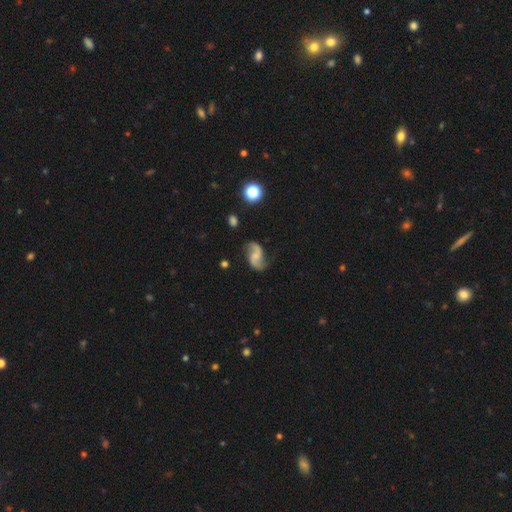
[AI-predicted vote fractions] The model was most divided on "bulge size": small: 42%, none: 31%, moderate: 23%, large: 3%, dominant: 1%. More confident: edge-on disk — no (98%); spiral arms — yes (96%); spiral arm count — 2 (93%); smooth or featured — featured or disk (82%); merging — none (75%); spiral winding — loose (69%); bar — no (51%).